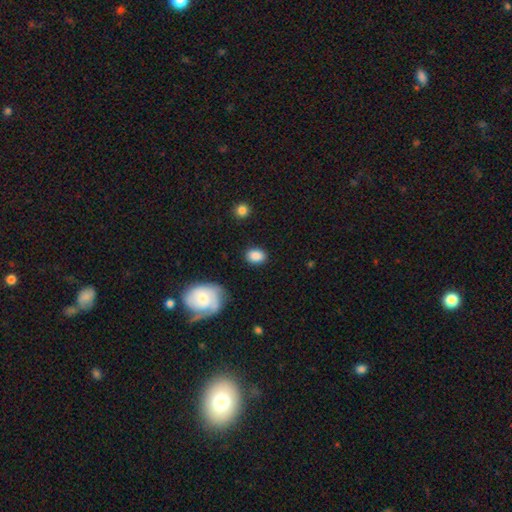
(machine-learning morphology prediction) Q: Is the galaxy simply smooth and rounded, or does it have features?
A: smooth — 87%.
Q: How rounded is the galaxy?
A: in between — 73%.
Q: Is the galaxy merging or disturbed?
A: none — 84%.